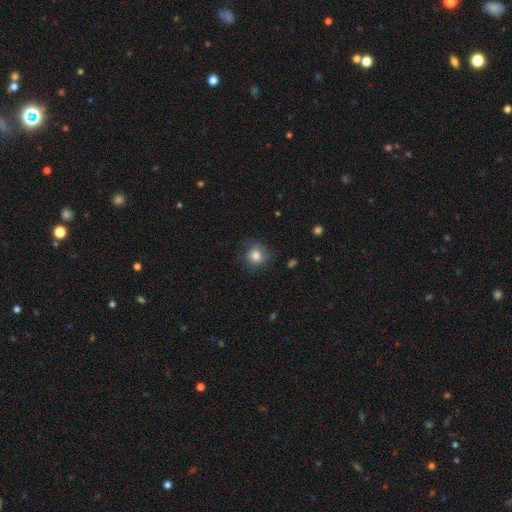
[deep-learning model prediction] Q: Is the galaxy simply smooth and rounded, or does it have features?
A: smooth — 77%.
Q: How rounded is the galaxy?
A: round — 85%.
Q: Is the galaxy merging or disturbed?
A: none — 66%.